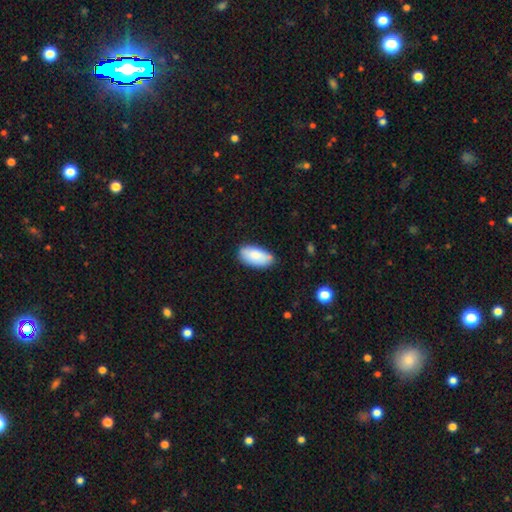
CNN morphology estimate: Smooth or featured? smooth (85%)
How rounded? in between (94%)
Merging? none (74%)